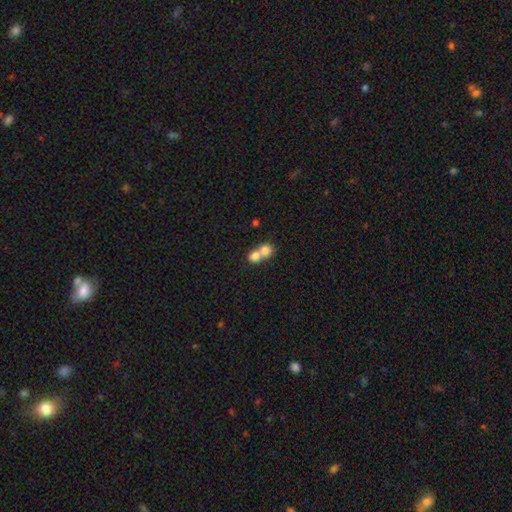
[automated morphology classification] This is likely a smooth galaxy (77%). How rounded: likely round (74%). Merging: likely merger (72%).